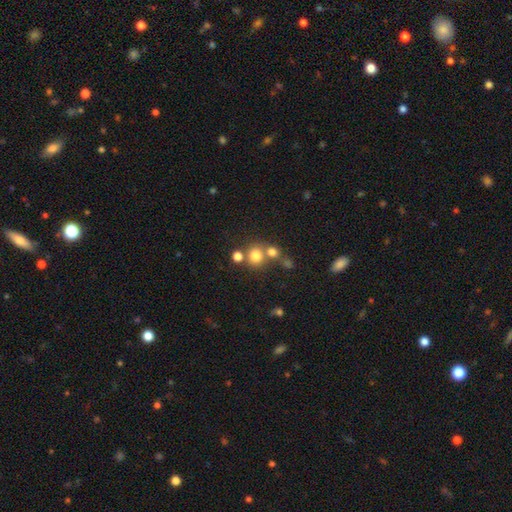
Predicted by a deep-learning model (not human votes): Smooth or featured?
  - smooth: 75% *
  - star or artifact: 15%
  - featured or disk: 10%
How rounded?
  - round: 86% *
  - in between: 13%
  - cigar-shaped: 1%
Merging?
  - none: 59% *
  - merger: 29%
  - minor disturbance: 8%
  - major disturbance: 4%